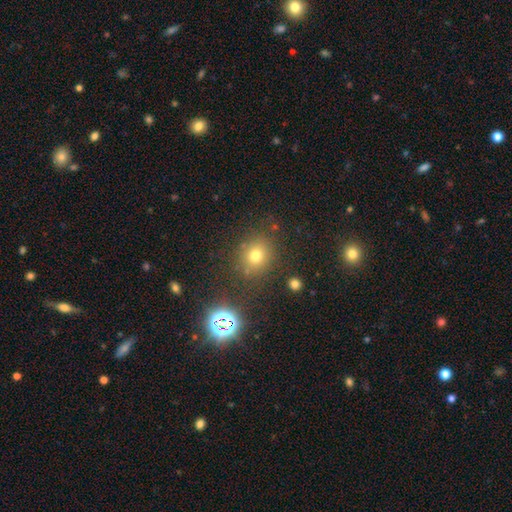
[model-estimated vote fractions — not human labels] Smooth or featured: smooth — 68% (star or artifact — 23%)
How rounded: round — 79% (in between — 20%)
Merging: none — 82% (minor disturbance — 10%)